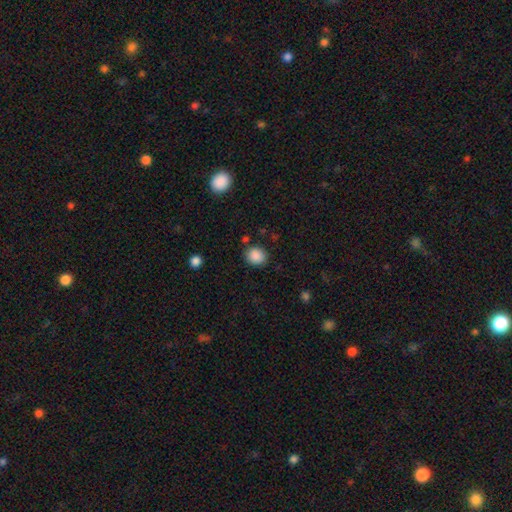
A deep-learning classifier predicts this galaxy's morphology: This is clearly a smooth galaxy (87%). How rounded: likely round (74%). Merging: clearly none (83%).